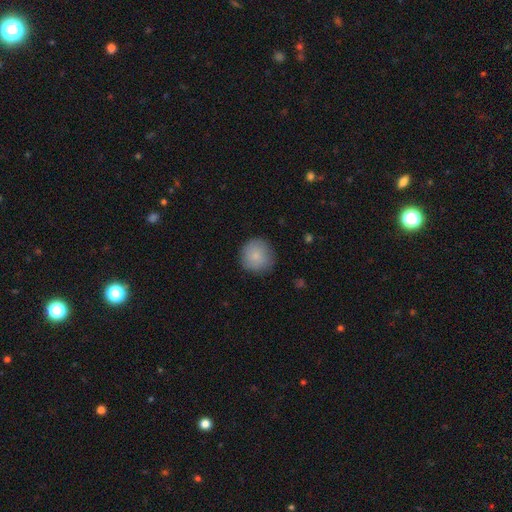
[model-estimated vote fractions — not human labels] A smooth galaxy with no disk features (85%) that is round (93%). Merging: none (85%).